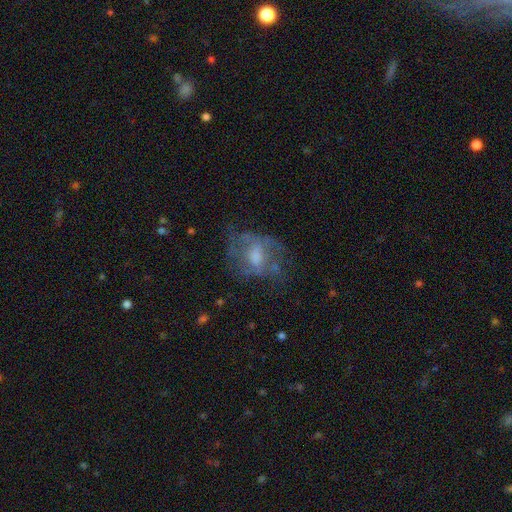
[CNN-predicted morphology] Smooth or featured? featured or disk (53%)
Edge-on disk? no (96%)
Bar? no (60%)
Spiral arms? no (65%)
Bulge size? moderate (44%)
Merging? none (44%)